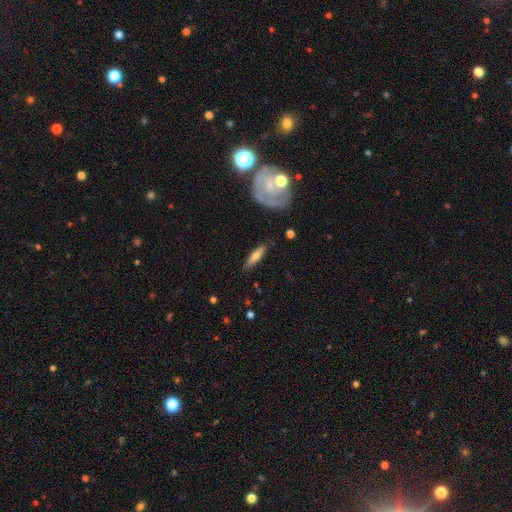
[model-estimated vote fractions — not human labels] Smooth or featured?
  - smooth: 58% *
  - featured or disk: 36%
  - star or artifact: 6%
How rounded?
  - cigar-shaped: 73% *
  - in between: 24%
  - round: 2%
Merging?
  - none: 85% *
  - minor disturbance: 10%
  - major disturbance: 3%
  - merger: 2%